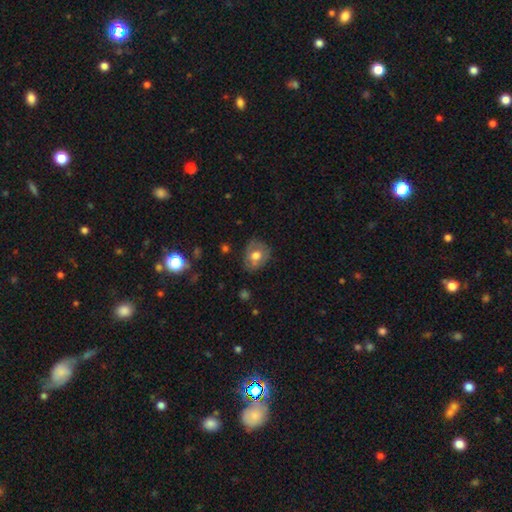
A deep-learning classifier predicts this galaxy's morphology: Overall: smooth (57%; featured or disk 35%). How rounded: round (52%; in between 47%). Merging: none (69%).